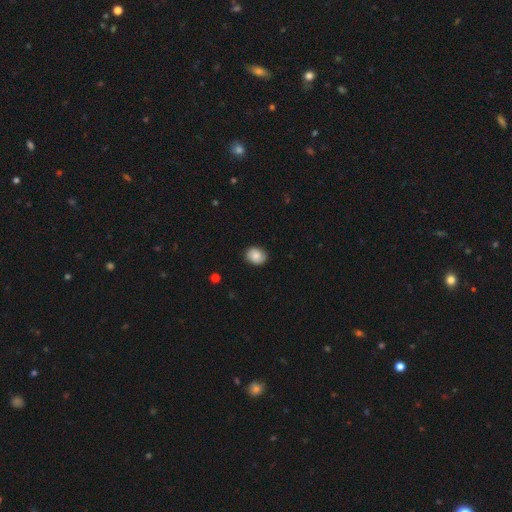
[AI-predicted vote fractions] smooth 78%, featured or disk 14%, star or artifact 8%. Down the decision tree: how rounded — round (56%); merging — none (83%).